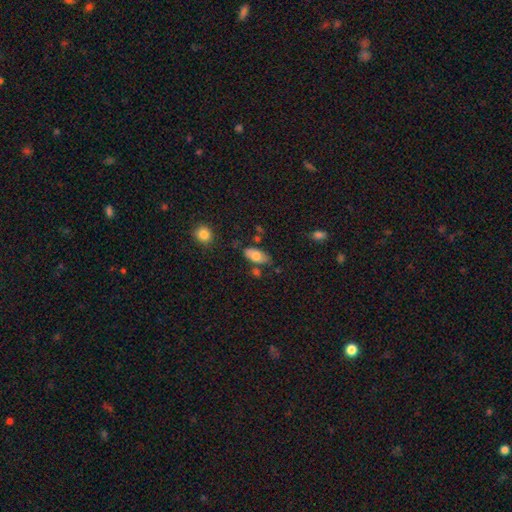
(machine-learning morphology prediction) Q: Smooth or featured?
A: smooth (70%); runner-up: featured or disk (23%)
Q: How rounded?
A: in between (91%); runner-up: cigar-shaped (6%)
Q: Merging?
A: none (70%); runner-up: minor disturbance (18%)